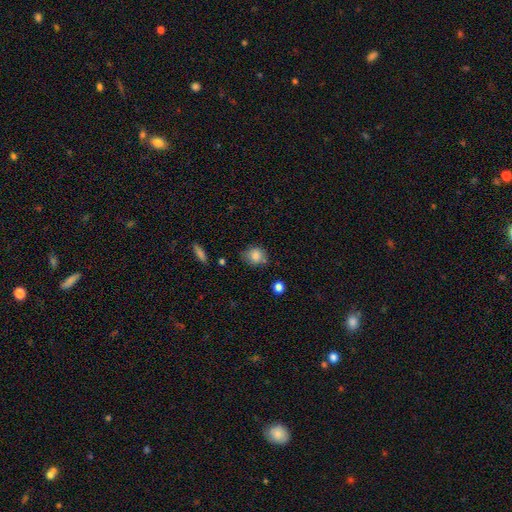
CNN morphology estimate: type=smooth (82%); roundness=round (69%); merging=none (70%).